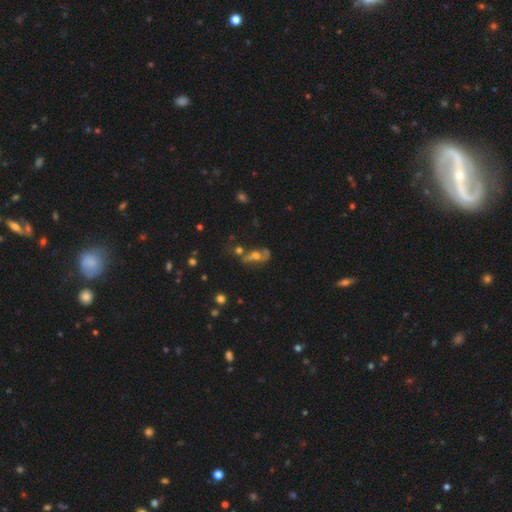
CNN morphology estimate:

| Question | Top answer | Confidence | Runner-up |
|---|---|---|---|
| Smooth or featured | featured or disk | 48% | smooth (33%) |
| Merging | none | 37% | merger (26%) |